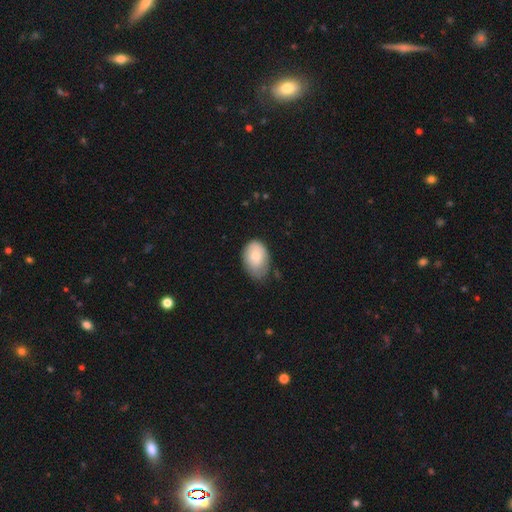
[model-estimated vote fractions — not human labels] Smooth or featured?
  - smooth: 76% *
  - featured or disk: 18%
  - star or artifact: 7%
How rounded?
  - in between: 84% *
  - round: 15%
  - cigar-shaped: 1%
Merging?
  - none: 52% *
  - minor disturbance: 38%
  - major disturbance: 9%
  - merger: 2%